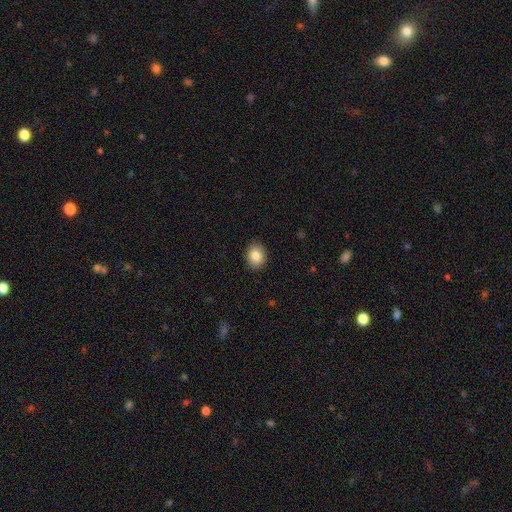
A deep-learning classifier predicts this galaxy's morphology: Overall: smooth (85%). How rounded: in between (52%; round 47%). Merging: none (90%).